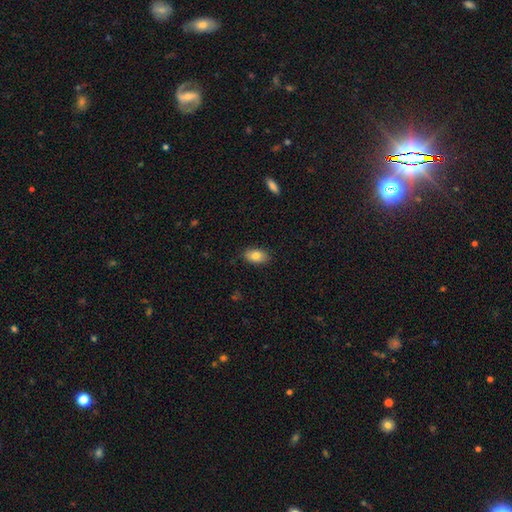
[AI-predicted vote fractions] A smooth galaxy with no disk features (80%) that is in between round and cigar-shaped (91%). Merging: none (87%).